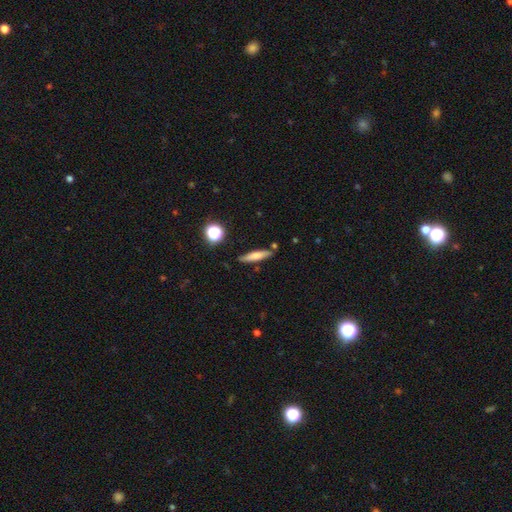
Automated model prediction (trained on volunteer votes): Smooth or featured?
  - smooth: 67% *
  - featured or disk: 24%
  - star or artifact: 9%
How rounded?
  - cigar-shaped: 81% *
  - in between: 16%
  - round: 3%
Merging?
  - none: 82% *
  - minor disturbance: 11%
  - merger: 4%
  - major disturbance: 3%